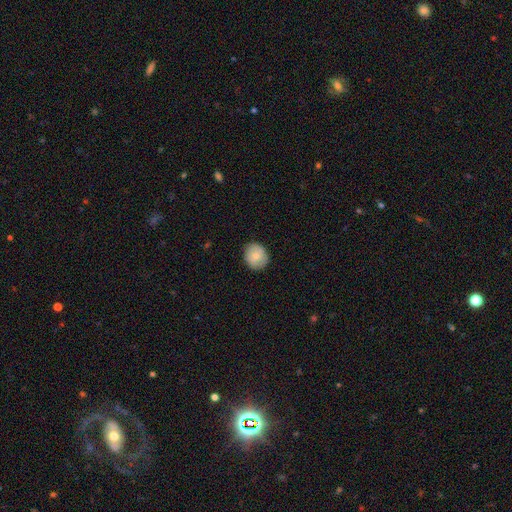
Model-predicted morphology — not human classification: Smooth or featured?
  - smooth: 75% *
  - featured or disk: 18%
  - star or artifact: 7%
How rounded?
  - round: 71% *
  - in between: 29%
  - cigar-shaped: 1%
Merging?
  - none: 84% *
  - minor disturbance: 12%
  - major disturbance: 2%
  - merger: 1%